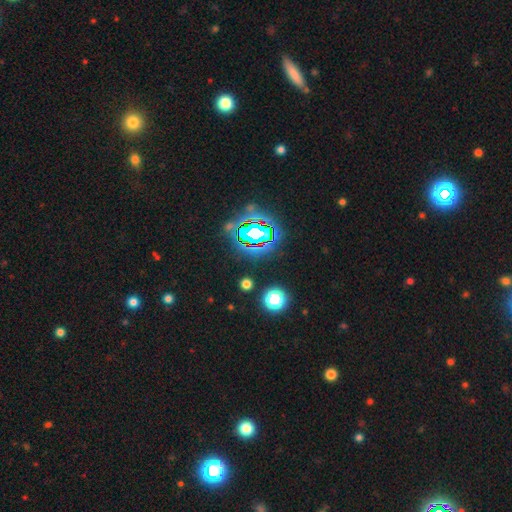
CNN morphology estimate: This appears to be a star or artifact, not a galaxy (80%).